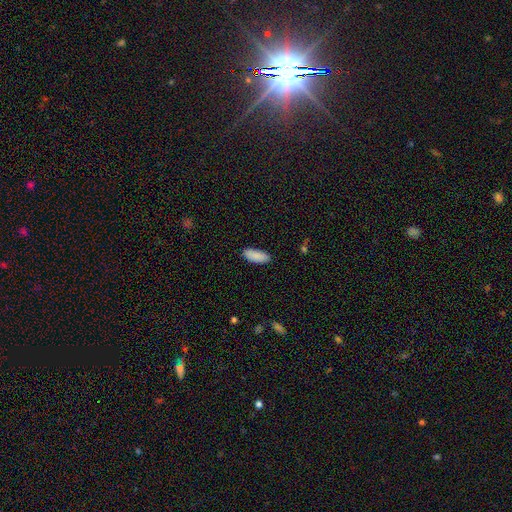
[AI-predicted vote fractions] Overall: smooth (90%). How rounded: in between (84%). Merging: none (87%).